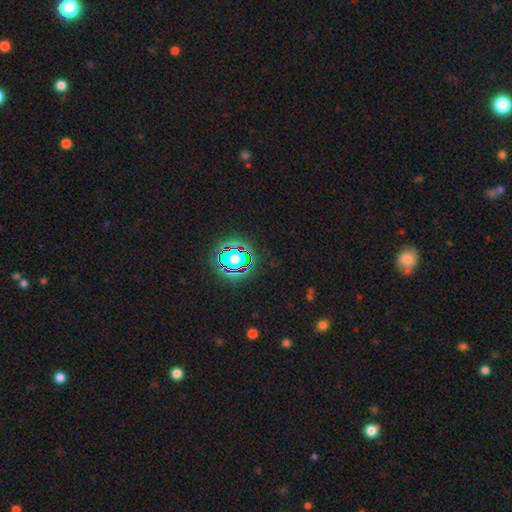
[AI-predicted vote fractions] This is clearly a star or artifact rather than a galaxy (80%).